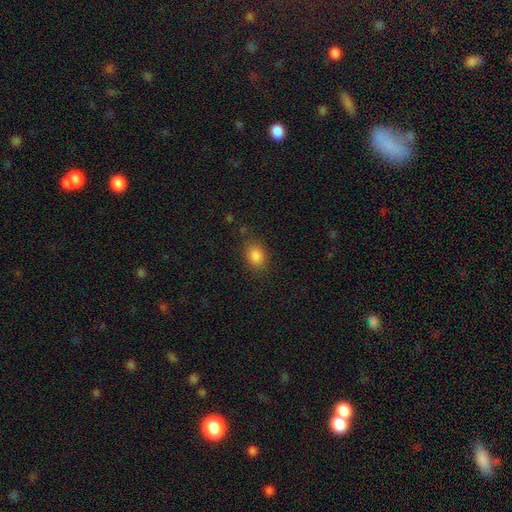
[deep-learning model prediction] Smooth or featured? smooth (86%)
How rounded? in between (67%)
Merging? none (80%)